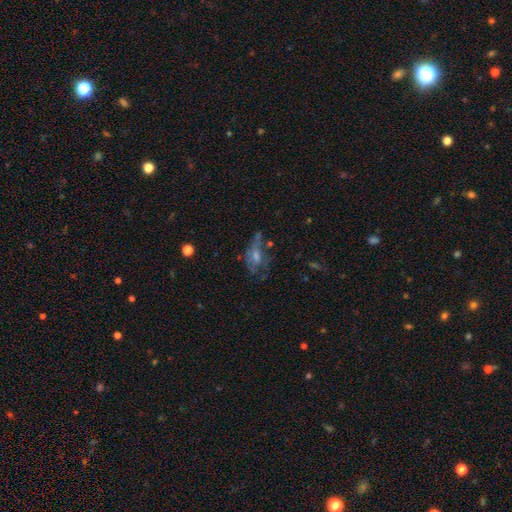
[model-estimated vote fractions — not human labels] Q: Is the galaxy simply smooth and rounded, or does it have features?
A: featured or disk — 53%.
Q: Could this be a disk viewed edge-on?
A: no — 89%.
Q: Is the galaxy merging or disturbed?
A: none — 43%.